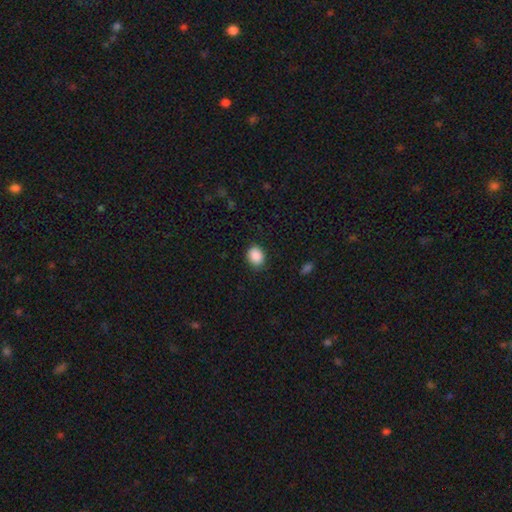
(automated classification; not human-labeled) Q: Smooth or featured?
A: smooth (89%); runner-up: star or artifact (8%)
Q: How rounded?
A: in between (54%); runner-up: round (45%)
Q: Merging?
A: none (85%); runner-up: minor disturbance (11%)